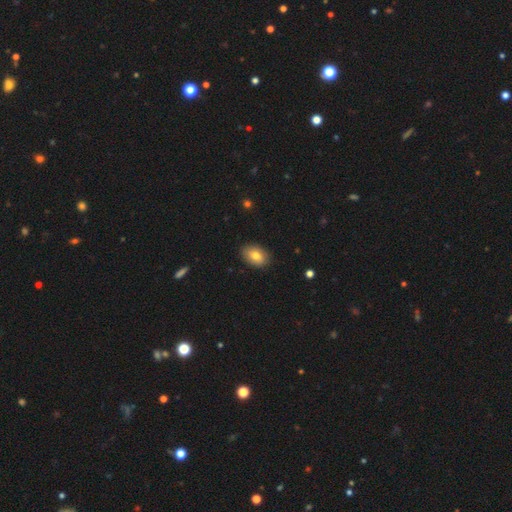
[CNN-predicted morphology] type=smooth (78%); roundness=in between (84%); merging=none (87%).